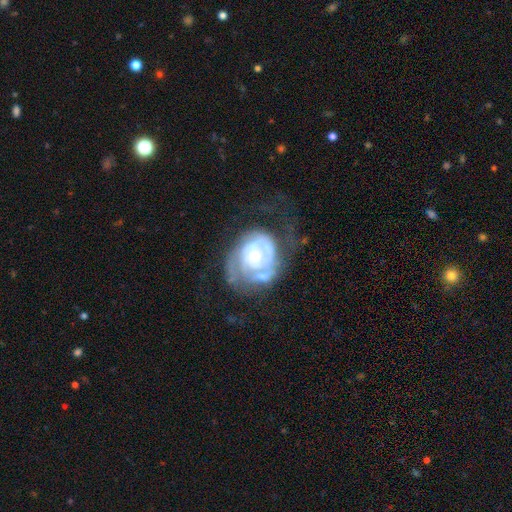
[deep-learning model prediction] A featured or disk galaxy (77%) with no bar (83%), spiral arms (66%) and a moderate central bulge (48%). Merging: major disturbance (35%).